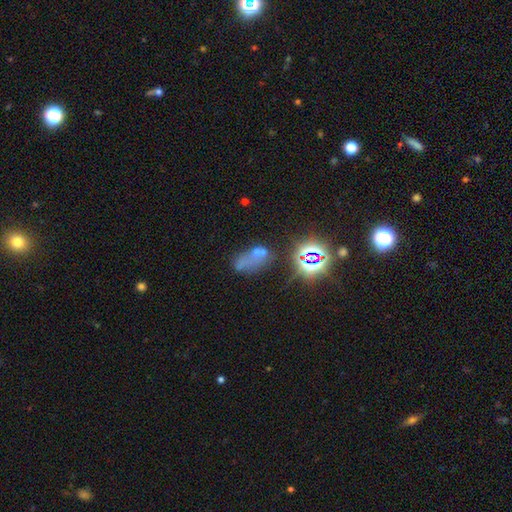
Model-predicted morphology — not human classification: Smooth or featured? smooth (41%)
Merging? none (39%)